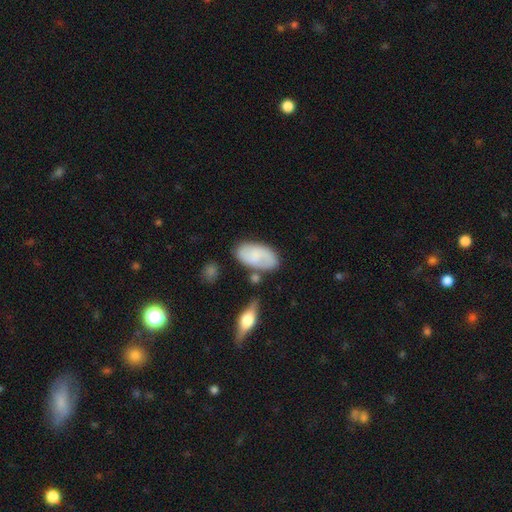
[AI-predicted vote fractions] The model was most divided on "smooth or featured": smooth: 51%, featured or disk: 42%, star or artifact: 7%. More confident: how rounded — in between (93%); merging — none (69%).